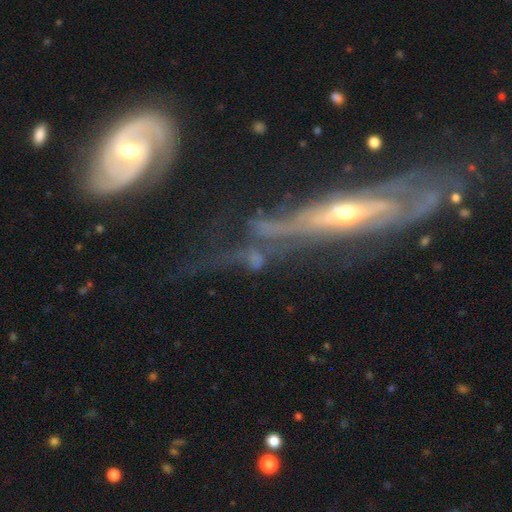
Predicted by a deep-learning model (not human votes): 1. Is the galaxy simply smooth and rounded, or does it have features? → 62% featured or disk, 20% smooth, 18% star or artifact.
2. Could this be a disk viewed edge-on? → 55% yes, 45% no.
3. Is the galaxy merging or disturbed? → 32% none, 31% major disturbance, 21% merger, 15% minor disturbance.